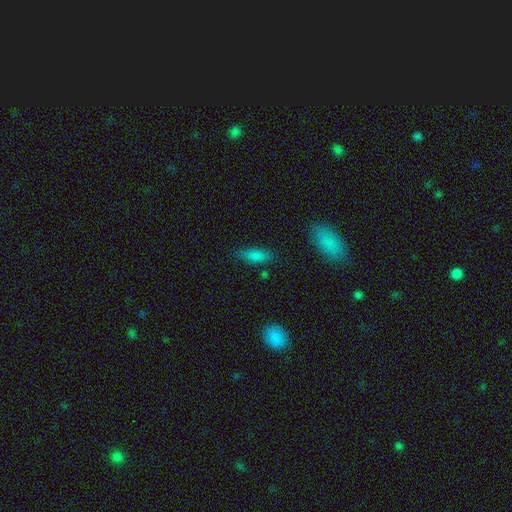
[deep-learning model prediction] The model was most divided on "how rounded": in between: 58%, cigar-shaped: 38%, round: 4%. More confident: merging — none (79%); smooth or featured — smooth (75%).